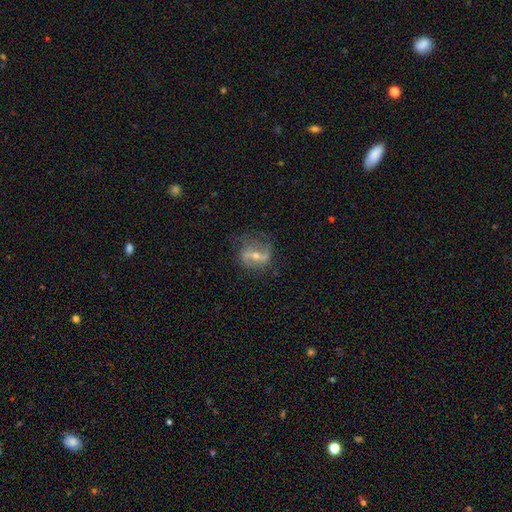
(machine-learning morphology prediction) This is likely a featured or disk galaxy (78%). It is clearly not viewed edge-on (94%). Bar: possibly strong (49%). Spiral arm pattern: clearly yes (85%). Spiral arm count: clearly 2 (83%). Spiral winding: possibly loose (60%). Central bulge: possibly moderate (54%). Merging: likely none (66%).